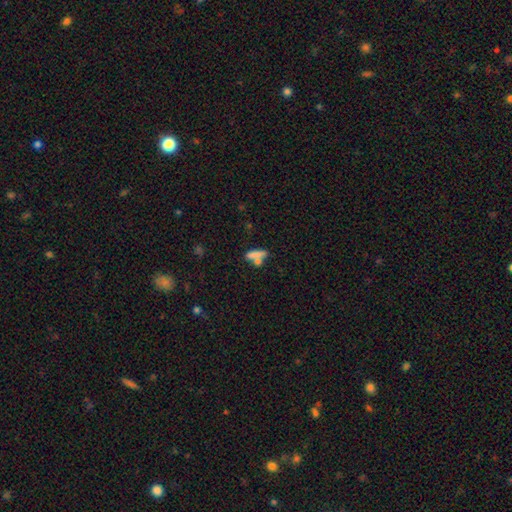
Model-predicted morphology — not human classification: smooth_or_featured: smooth (p=0.73) [alt: featured or disk p=0.17]
how_rounded: cigar-shaped (p=0.56) [alt: in between p=0.38]
merging: none (p=0.44) [alt: merger p=0.38]